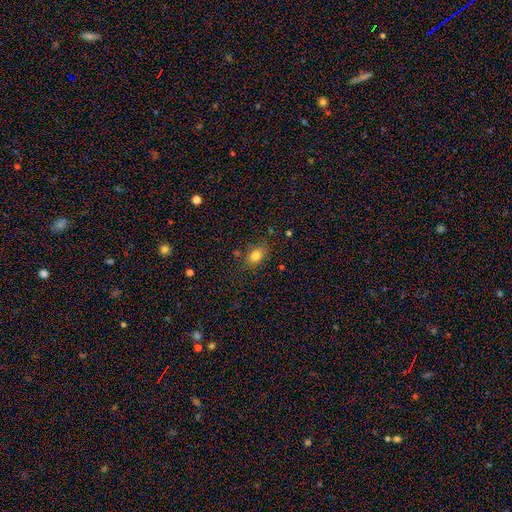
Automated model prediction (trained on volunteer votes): Smooth or featured?
  - smooth: 81% *
  - star or artifact: 11%
  - featured or disk: 8%
How rounded?
  - in between: 74% *
  - round: 24%
  - cigar-shaped: 2%
Merging?
  - none: 77% *
  - minor disturbance: 15%
  - major disturbance: 4%
  - merger: 4%